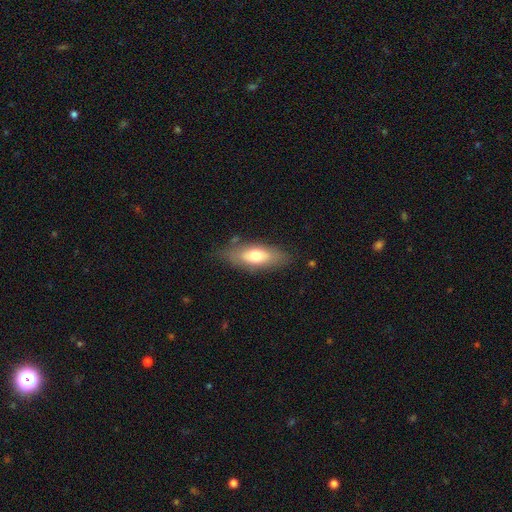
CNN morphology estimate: Q: Smooth or featured?
A: smooth (67%); runner-up: featured or disk (27%)
Q: How rounded?
A: in between (72%); runner-up: cigar-shaped (25%)
Q: Merging?
A: none (77%); runner-up: minor disturbance (16%)